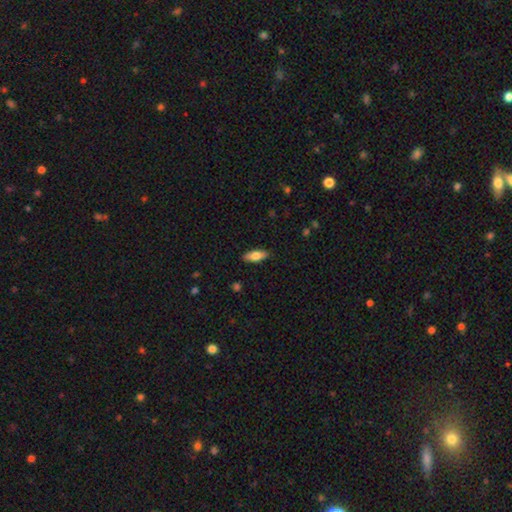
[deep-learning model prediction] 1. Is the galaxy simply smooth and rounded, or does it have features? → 74% smooth, 20% featured or disk, 6% star or artifact.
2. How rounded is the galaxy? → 72% in between, 25% cigar-shaped, 2% round.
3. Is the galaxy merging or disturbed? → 88% none, 9% minor disturbance, 2% major disturbance, 1% merger.